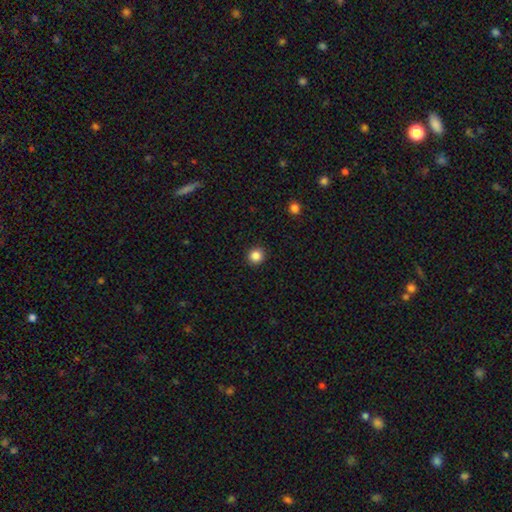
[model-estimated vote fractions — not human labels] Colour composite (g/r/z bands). It shows a smooth galaxy with no disk features (86%) that is round (92%). Merging: none (92%).